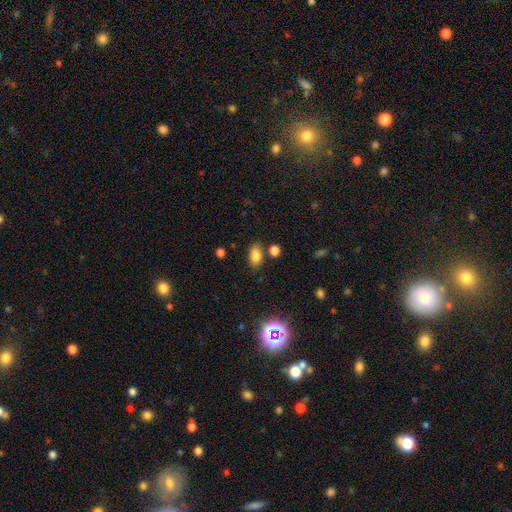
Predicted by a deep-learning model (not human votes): A smooth galaxy with no disk features (81%) that is in between round and cigar-shaped (89%).

Vote fractions:
- Smooth or featured? smooth: 81% / star or artifact: 12% / featured or disk: 7%
- How rounded? in between: 89% / round: 8% / cigar-shaped: 3%
- Merging? none: 77% / minor disturbance: 12% / merger: 7% / major disturbance: 4%